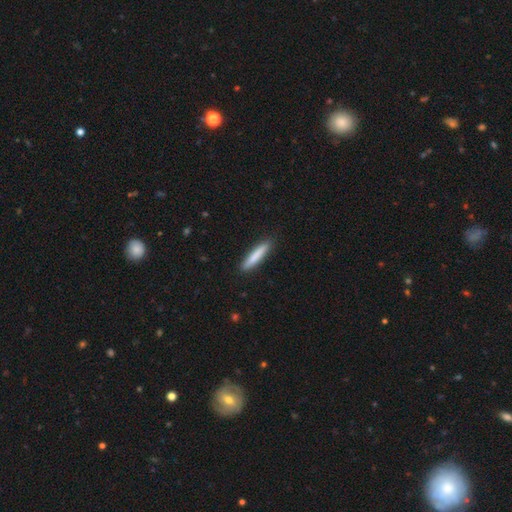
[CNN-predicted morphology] A smooth galaxy with no disk features (80%) that is cigar-shaped (91%).

Vote fractions:
- Smooth or featured? smooth: 80% / featured or disk: 15% / star or artifact: 6%
- How rounded? cigar-shaped: 91% / in between: 8% / round: 1%
- Merging? none: 90% / minor disturbance: 8% / major disturbance: 2% / merger: 1%